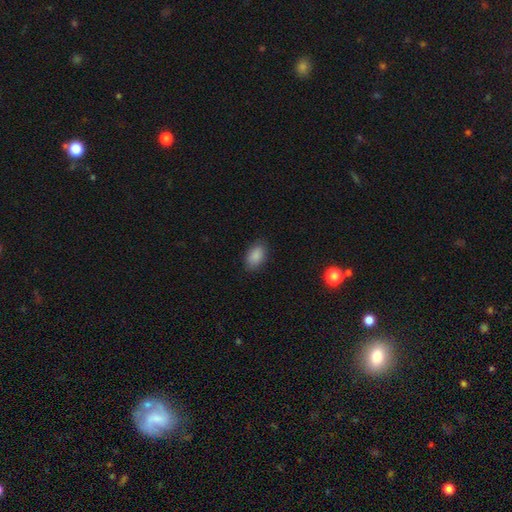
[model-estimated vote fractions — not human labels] Smooth or featured?
  - smooth: 89% *
  - star or artifact: 8%
  - featured or disk: 4%
How rounded?
  - in between: 91% *
  - round: 8%
  - cigar-shaped: 2%
Merging?
  - none: 85% *
  - minor disturbance: 11%
  - major disturbance: 3%
  - merger: 1%